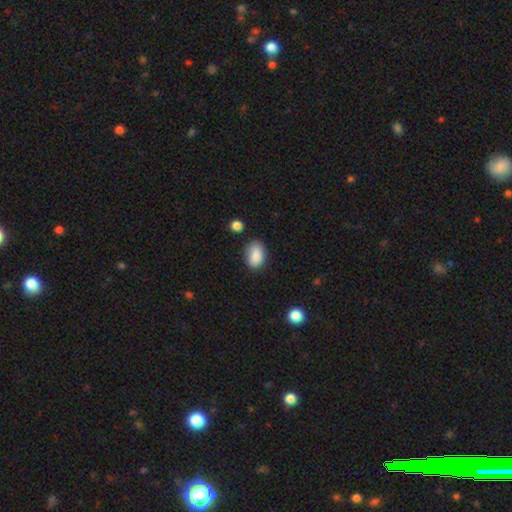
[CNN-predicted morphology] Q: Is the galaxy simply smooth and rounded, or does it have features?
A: smooth — 88%.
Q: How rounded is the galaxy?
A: in between — 82%.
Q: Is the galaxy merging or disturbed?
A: none — 72%.